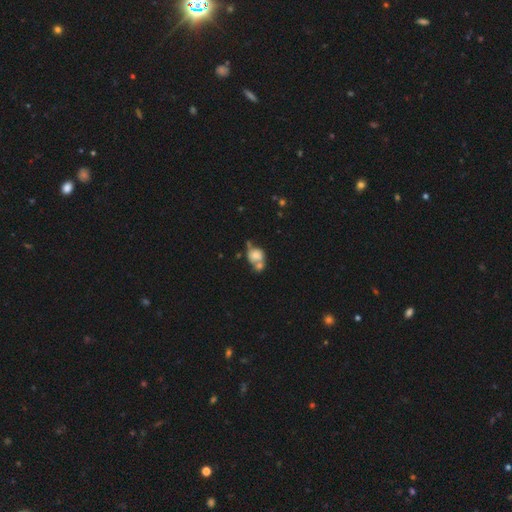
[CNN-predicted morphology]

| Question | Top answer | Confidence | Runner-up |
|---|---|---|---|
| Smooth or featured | smooth | 66% | featured or disk (24%) |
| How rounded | round | 60% | in between (38%) |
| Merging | merger | 52% | none (28%) |